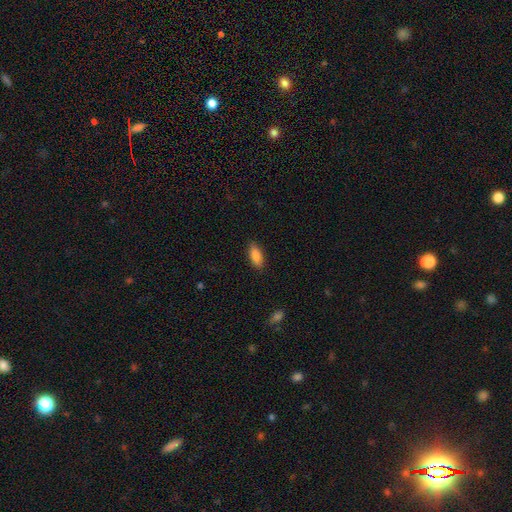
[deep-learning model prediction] The model was most divided on "how rounded": in between: 81%, cigar-shaped: 17%, round: 2%. More confident: merging — none (88%); smooth or featured — smooth (87%).